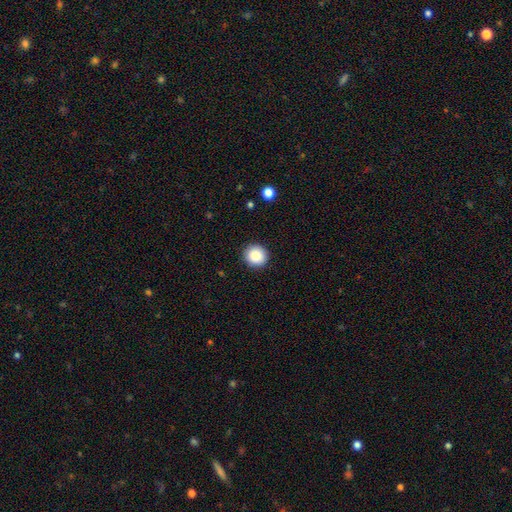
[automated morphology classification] Smooth or featured? Predicted: smooth (p=0.88). How rounded? Predicted: round (p=0.92). Merging? Predicted: none (p=0.91).